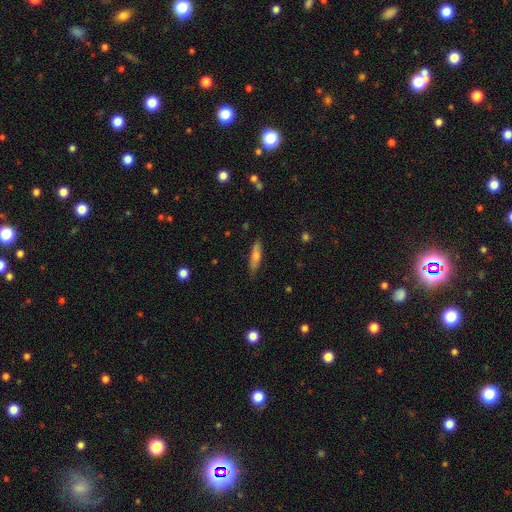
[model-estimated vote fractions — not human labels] Smooth or featured?
  - smooth: 64% *
  - featured or disk: 29%
  - star or artifact: 7%
How rounded?
  - cigar-shaped: 73% *
  - in between: 25%
  - round: 2%
Merging?
  - none: 85% *
  - minor disturbance: 12%
  - major disturbance: 2%
  - merger: 1%